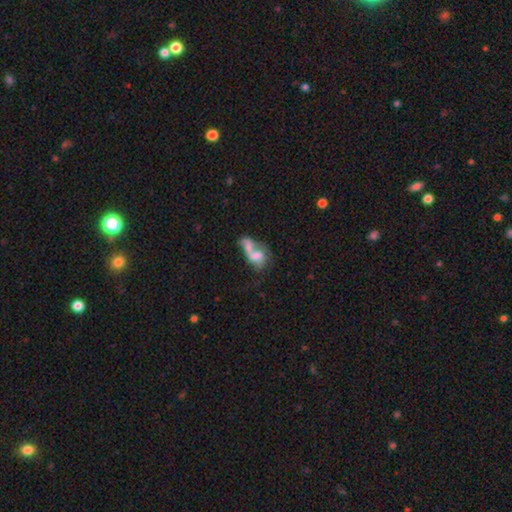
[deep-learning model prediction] smooth 50%, featured or disk 40%, star or artifact 9%. Down the decision tree: how rounded — in between (76%); merging — merger (66%).